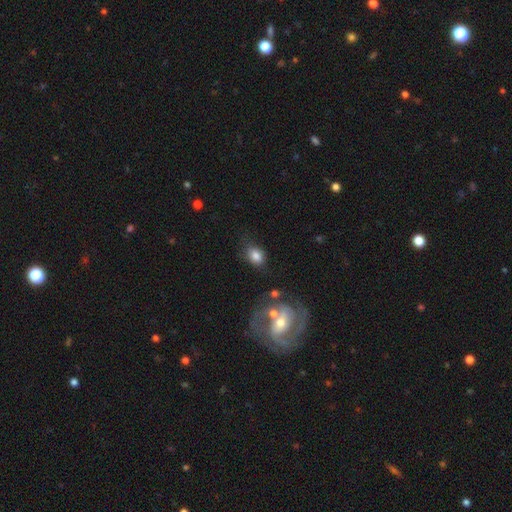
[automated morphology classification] Smooth or featured: smooth — 80% (featured or disk — 11%)
How rounded: in between — 69% (round — 29%)
Merging: none — 58% (minor disturbance — 25%)